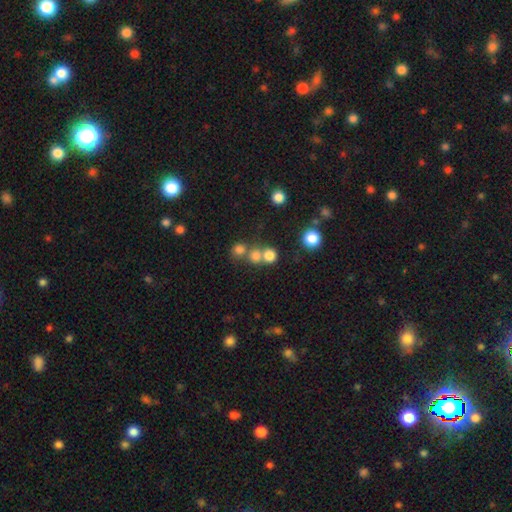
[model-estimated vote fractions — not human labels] Smooth or featured: smooth — 73% (star or artifact — 18%)
How rounded: round — 88% (in between — 10%)
Merging: none — 54% (merger — 36%)